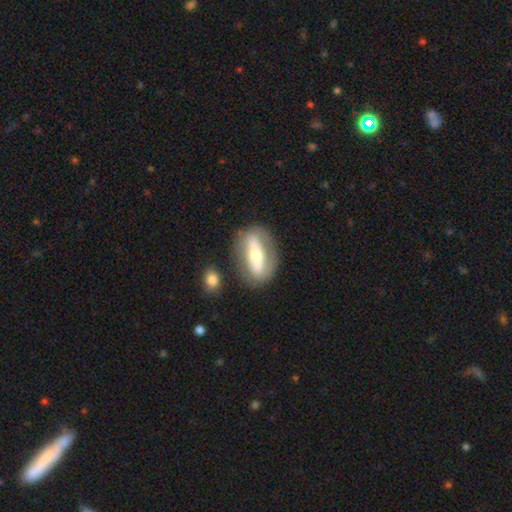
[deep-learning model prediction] smooth_or_featured: featured or disk (p=0.60) [alt: smooth p=0.34]
disk_edge_on: no (p=0.72) [alt: yes p=0.28]
merging: none (p=0.77) [alt: minor disturbance p=0.13]